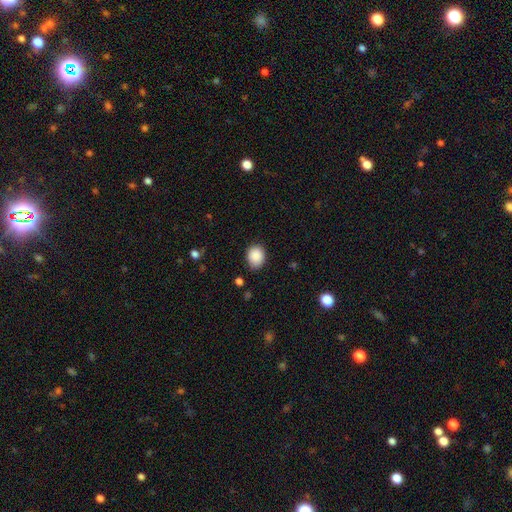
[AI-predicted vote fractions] Q: Smooth or featured?
A: smooth (88%); runner-up: star or artifact (8%)
Q: How rounded?
A: round (53%); runner-up: in between (46%)
Q: Merging?
A: none (81%); runner-up: minor disturbance (14%)